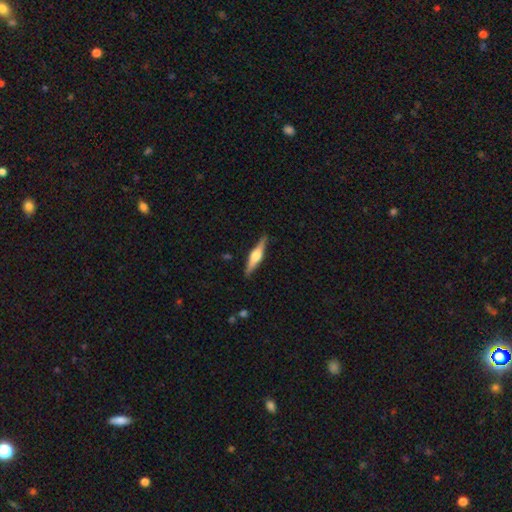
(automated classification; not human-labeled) Smooth or featured?
  - featured or disk: 67% *
  - smooth: 28%
  - star or artifact: 5%
Edge-on disk?
  - yes: 97% *
  - no: 3%
Edge-on bulge?
  - rounded: 85% *
  - boxy: 12%
  - none: 3%
Merging?
  - none: 88% *
  - minor disturbance: 9%
  - major disturbance: 2%
  - merger: 1%